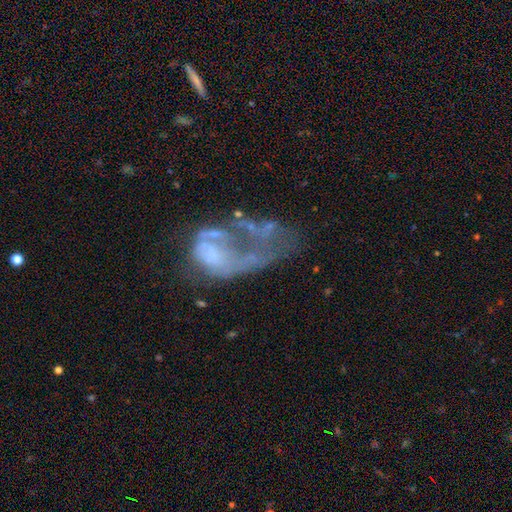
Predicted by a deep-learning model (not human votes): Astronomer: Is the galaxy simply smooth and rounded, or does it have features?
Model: featured or disk — 62%.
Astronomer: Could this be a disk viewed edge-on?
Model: no — 97%.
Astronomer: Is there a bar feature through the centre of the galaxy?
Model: no — 88%.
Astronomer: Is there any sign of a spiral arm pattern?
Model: no — 79%.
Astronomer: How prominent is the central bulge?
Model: none — 58%.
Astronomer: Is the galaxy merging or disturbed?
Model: major disturbance — 51%.